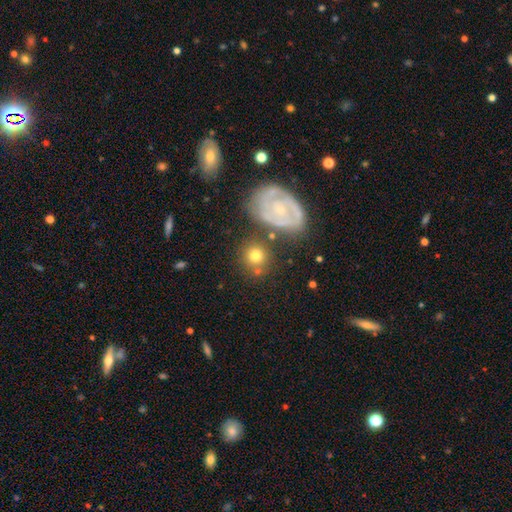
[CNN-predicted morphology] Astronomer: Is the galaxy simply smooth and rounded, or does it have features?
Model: smooth — 66%.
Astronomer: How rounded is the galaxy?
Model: round — 86%.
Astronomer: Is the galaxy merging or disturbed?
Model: none — 70%.